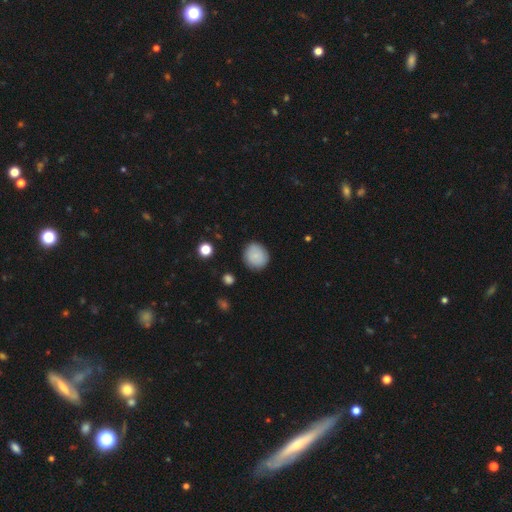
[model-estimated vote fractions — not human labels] Smooth or featured?
  - smooth: 85% *
  - star or artifact: 8%
  - featured or disk: 7%
How rounded?
  - round: 85% *
  - in between: 14%
  - cigar-shaped: 1%
Merging?
  - none: 87% *
  - minor disturbance: 10%
  - major disturbance: 2%
  - merger: 1%